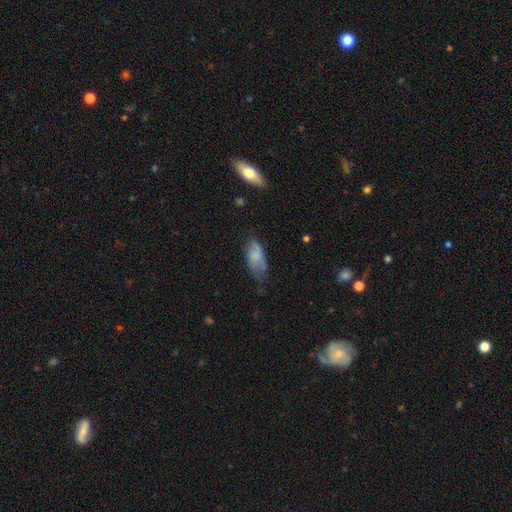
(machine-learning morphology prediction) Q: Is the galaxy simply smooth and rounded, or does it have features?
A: smooth — 70%.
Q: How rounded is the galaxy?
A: in between — 89%.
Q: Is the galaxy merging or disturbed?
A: none — 41%.